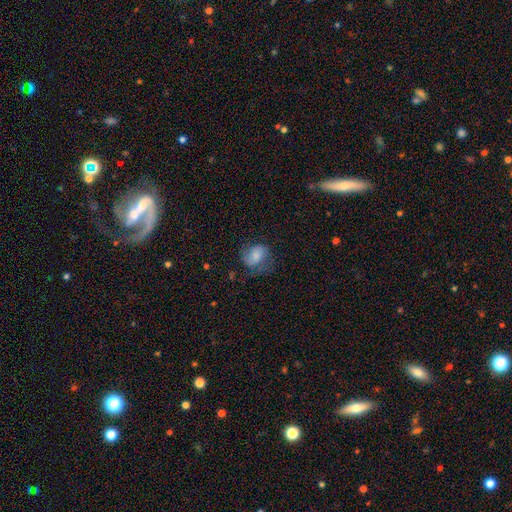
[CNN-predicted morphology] The model was most divided on "merging": none: 48%, minor disturbance: 28%, major disturbance: 23%, merger: 2%. More confident: how rounded — in between (61%); smooth or featured — smooth (59%).